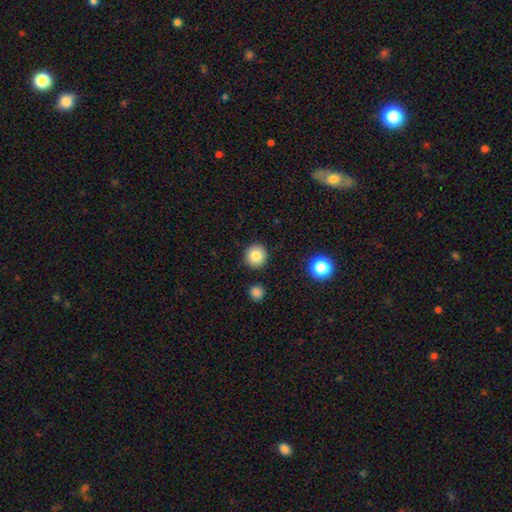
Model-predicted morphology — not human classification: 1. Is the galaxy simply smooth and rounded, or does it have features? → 83% smooth, 10% star or artifact, 7% featured or disk.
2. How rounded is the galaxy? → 94% round, 5% in between, 1% cigar-shaped.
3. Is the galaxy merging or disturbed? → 90% none, 5% minor disturbance, 2% merger, 2% major disturbance.